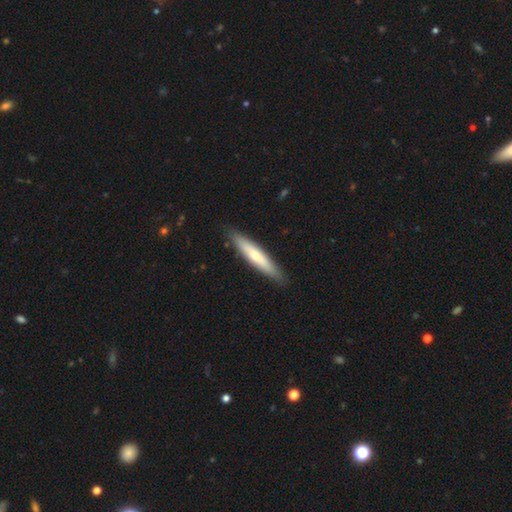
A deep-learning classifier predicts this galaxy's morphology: Q: Smooth or featured?
A: smooth (63%); runner-up: featured or disk (32%)
Q: How rounded?
A: cigar-shaped (89%); runner-up: in between (10%)
Q: Merging?
A: none (89%); runner-up: minor disturbance (9%)